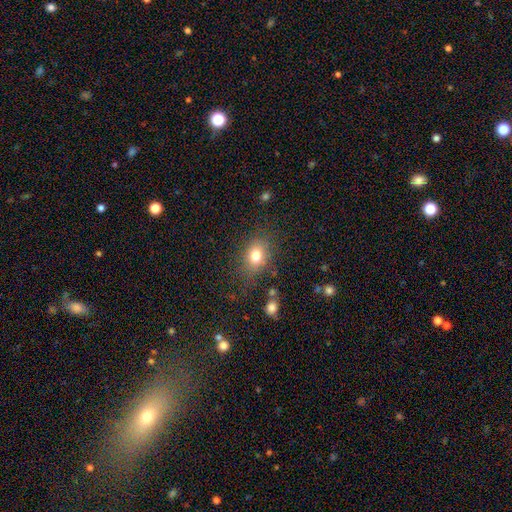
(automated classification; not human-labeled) smooth 77%, star or artifact 12%, featured or disk 11%. Down the decision tree: how rounded — in between (61%); merging — none (74%).